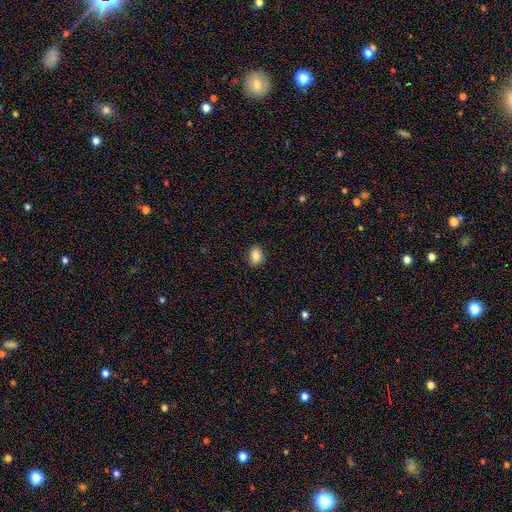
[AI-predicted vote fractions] Smooth or featured: smooth — 84% (star or artifact — 9%)
How rounded: in between — 66% (round — 33%)
Merging: none — 87% (minor disturbance — 10%)